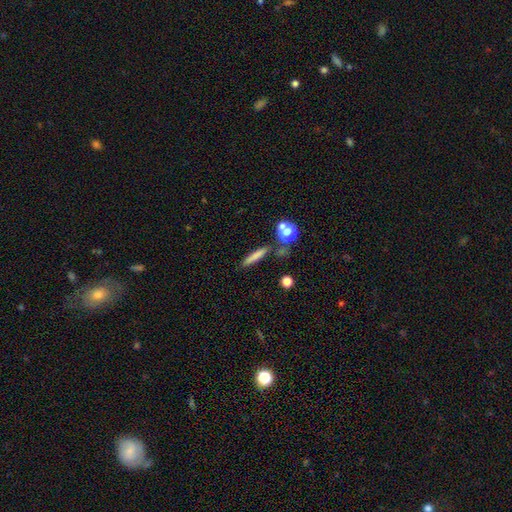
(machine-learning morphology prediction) Smooth or featured? Predicted: smooth (p=0.74). How rounded? Predicted: cigar-shaped (p=0.87). Merging? Predicted: none (p=0.79).